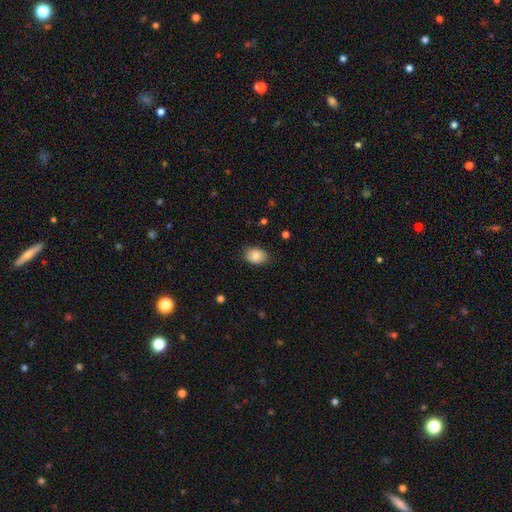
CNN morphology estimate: type=smooth (84%); roundness=in between (70%); merging=none (85%).